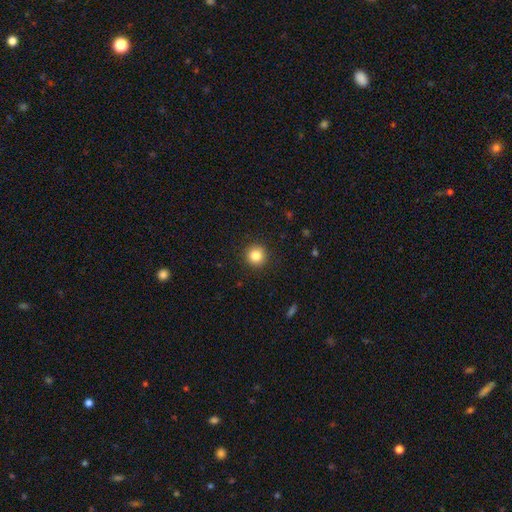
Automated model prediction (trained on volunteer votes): Morphology: type=smooth (84%); roundness=round (95%); merging=none (92%).